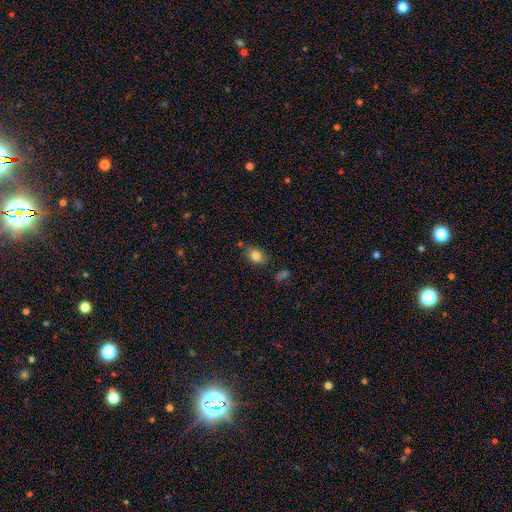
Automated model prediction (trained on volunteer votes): Smooth or featured? smooth (83%)
How rounded? in between (73%)
Merging? none (73%)